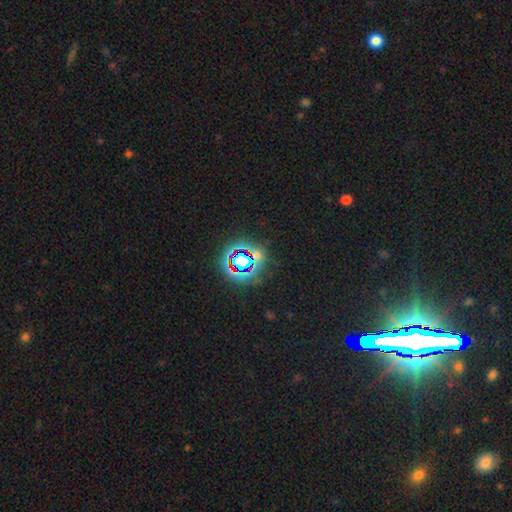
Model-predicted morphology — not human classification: Q: Smooth or featured?
A: star or artifact (70%); runner-up: smooth (19%)